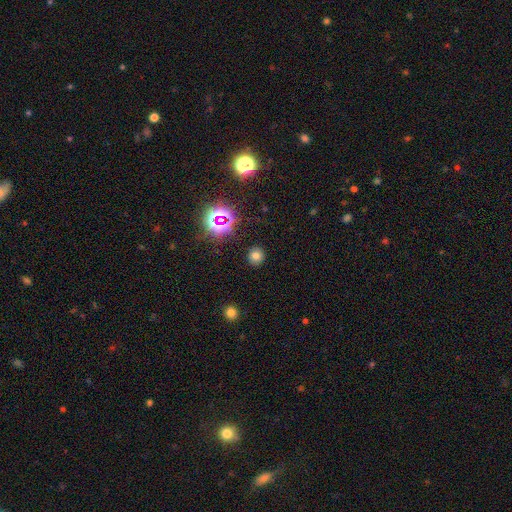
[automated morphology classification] smooth_or_featured: smooth (p=0.68) [alt: star or artifact p=0.23]
how_rounded: round (p=0.85) [alt: in between p=0.14]
merging: none (p=0.89) [alt: minor disturbance p=0.07]